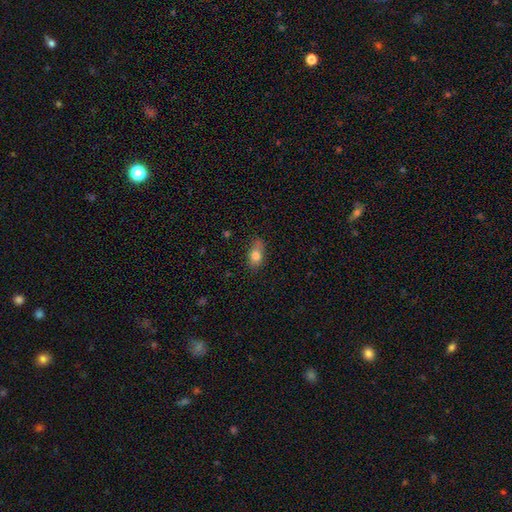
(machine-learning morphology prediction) A smooth galaxy with no disk features (80%) that is in between round and cigar-shaped (79%).

Vote fractions:
- Smooth or featured? smooth: 80% / featured or disk: 11% / star or artifact: 9%
- How rounded? in between: 79% / round: 15% / cigar-shaped: 6%
- Merging? none: 63% / minor disturbance: 28% / major disturbance: 6% / merger: 2%